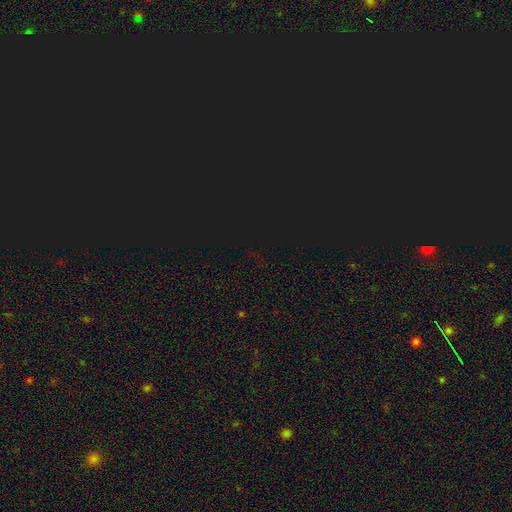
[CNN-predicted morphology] Q: Smooth or featured?
A: star or artifact (81%); runner-up: smooth (13%)